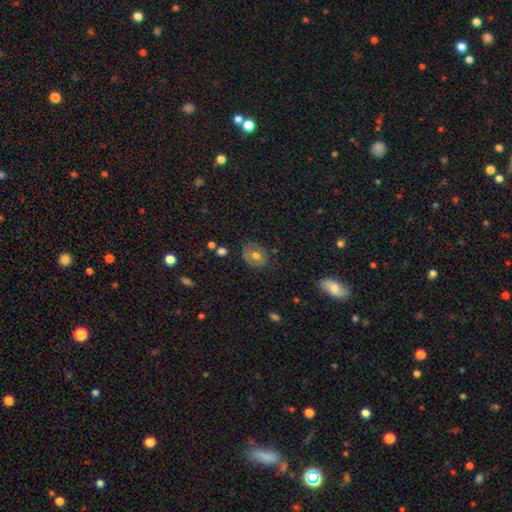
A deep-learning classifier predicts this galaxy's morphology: Smooth or featured?
  - smooth: 59% *
  - featured or disk: 31%
  - star or artifact: 10%
How rounded?
  - round: 53% *
  - in between: 47%
  - cigar-shaped: 1%
Merging?
  - none: 74% *
  - minor disturbance: 18%
  - major disturbance: 5%
  - merger: 2%